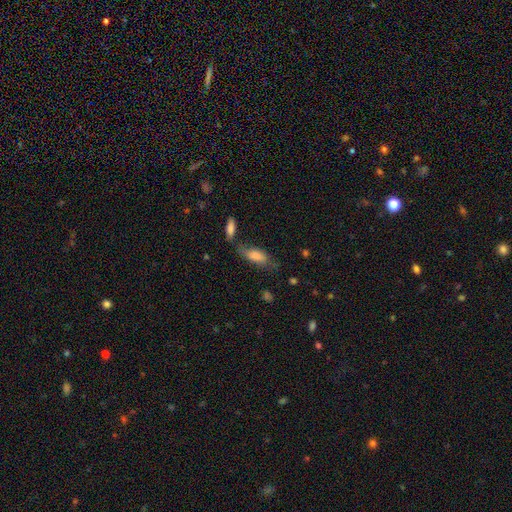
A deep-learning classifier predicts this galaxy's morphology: Q: Smooth or featured?
A: smooth (80%); runner-up: featured or disk (13%)
Q: How rounded?
A: in between (79%); runner-up: cigar-shaped (19%)
Q: Merging?
A: none (51%); runner-up: minor disturbance (25%)